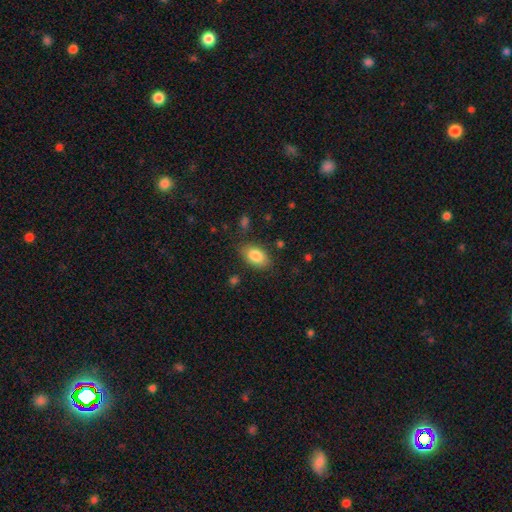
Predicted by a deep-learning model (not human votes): Smooth or featured? Predicted: smooth (p=0.86). How rounded? Predicted: in between (p=0.91). Merging? Predicted: none (p=0.81).